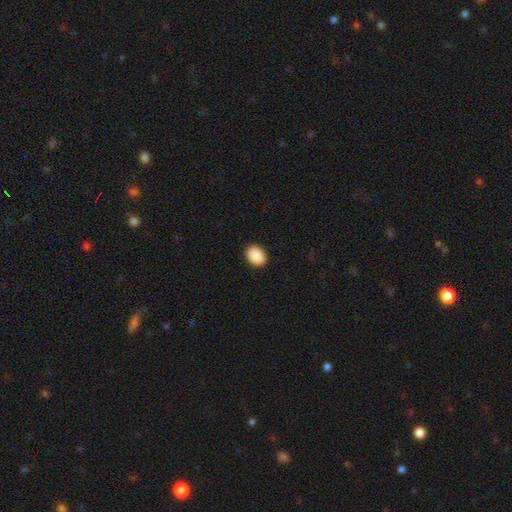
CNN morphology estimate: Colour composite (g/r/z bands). It shows a smooth galaxy with no disk features (90%) that is in between round and cigar-shaped (77%). Merging: none (90%).